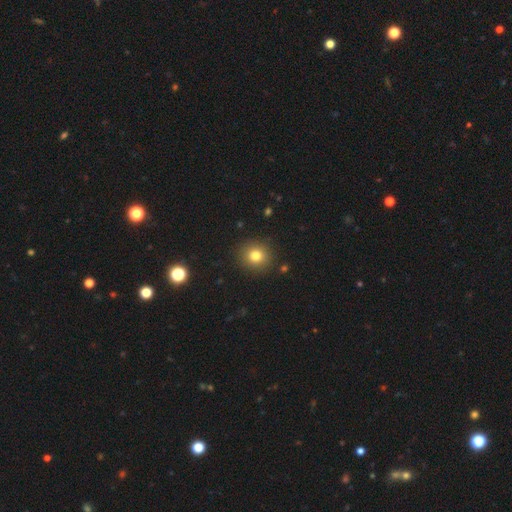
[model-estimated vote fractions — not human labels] Overall: smooth (79%). How rounded: round (89%). Merging: none (90%).